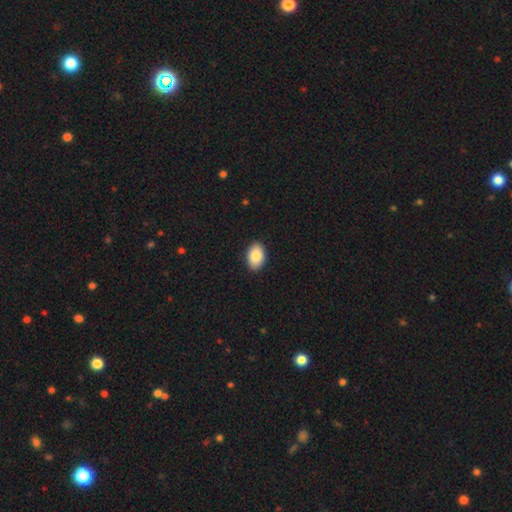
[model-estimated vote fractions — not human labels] A smooth galaxy with no disk features (85%) that is in between round and cigar-shaped (88%).

Vote fractions:
- Smooth or featured? smooth: 85% / featured or disk: 8% / star or artifact: 7%
- How rounded? in between: 88% / round: 11% / cigar-shaped: 1%
- Merging? none: 91% / minor disturbance: 7% / major disturbance: 2% / merger: 1%